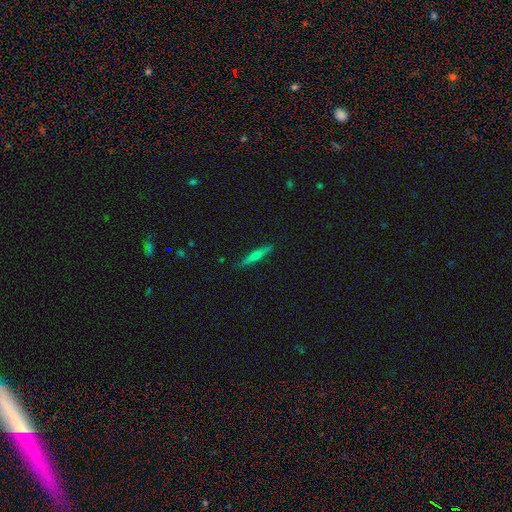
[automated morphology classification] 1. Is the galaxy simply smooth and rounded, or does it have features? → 47% featured or disk, 46% smooth, 7% star or artifact.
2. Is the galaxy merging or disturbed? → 88% none, 9% minor disturbance, 2% major disturbance, 1% merger.